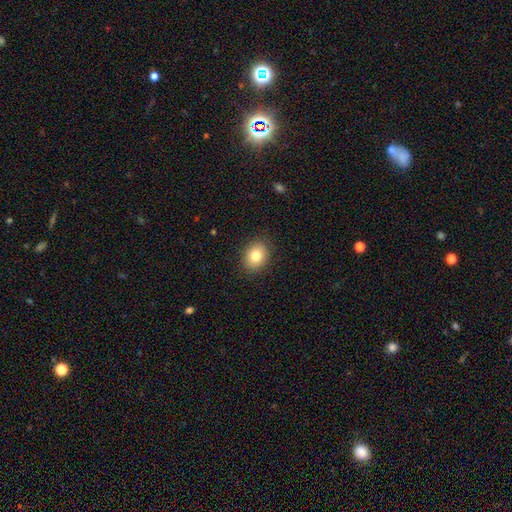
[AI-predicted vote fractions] This is clearly a smooth galaxy (82%). How rounded: possibly in between (52%). Merging: clearly none (89%).